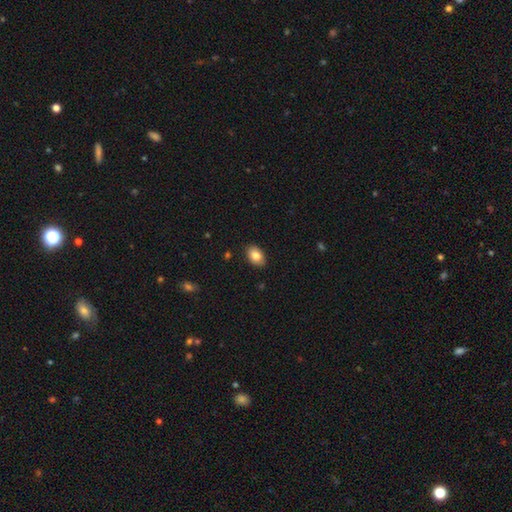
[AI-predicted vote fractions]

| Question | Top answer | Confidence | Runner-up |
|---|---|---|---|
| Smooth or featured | smooth | 82% | featured or disk (10%) |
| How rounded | in between | 87% | round (12%) |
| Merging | none | 88% | minor disturbance (9%) |